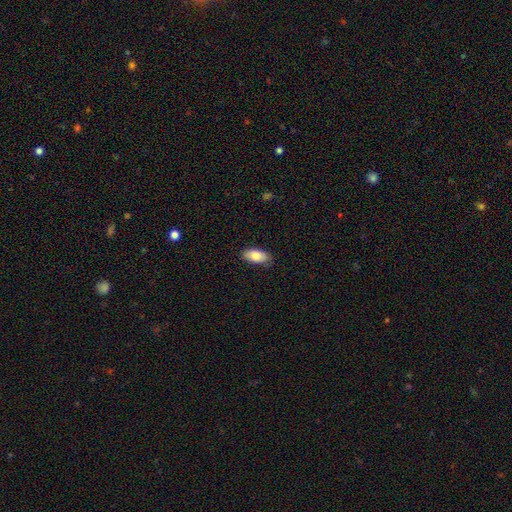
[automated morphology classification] Overall: smooth (84%). How rounded: in between (91%). Merging: none (83%).